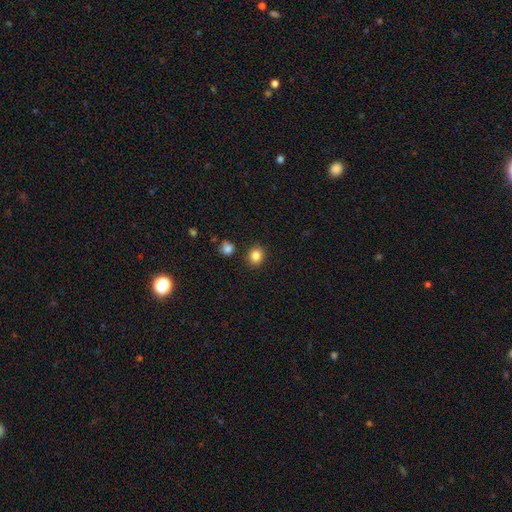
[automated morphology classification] smooth_or_featured: smooth (p=0.85) [alt: star or artifact p=0.11]
how_rounded: round (p=0.75) [alt: in between p=0.24]
merging: none (p=0.87) [alt: minor disturbance p=0.07]